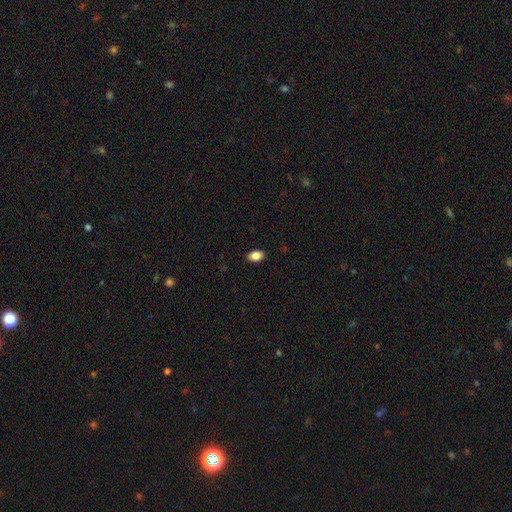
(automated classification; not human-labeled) Smooth or featured? Predicted: smooth (p=0.88). How rounded? Predicted: in between (p=0.86). Merging? Predicted: none (p=0.90).